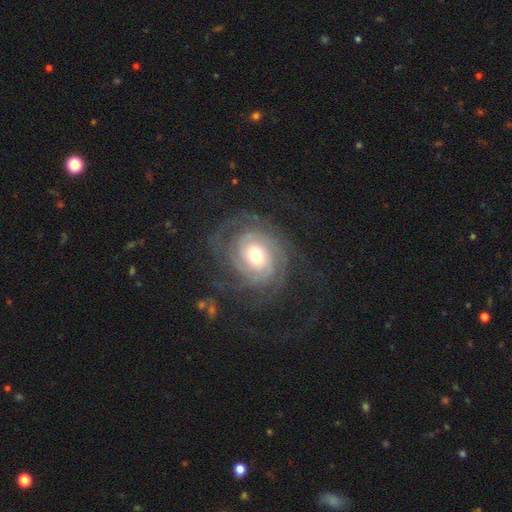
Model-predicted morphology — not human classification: smooth-or-featured: featured or disk: 87% | smooth: 7% | star or artifact: 6%
  disk-edge-on: no: 97% | yes: 3%
    bar: no: 75% | weak: 18% | strong: 6%
    has-spiral-arms: yes: 96% | no: 4%
      spiral-winding: tight: 73% | medium: 21% | loose: 6%
      spiral-arm-count: can't tell: 28% | 2: 24% | 3: 21% | 4: 12% | more than 4: 8% | 1: 8%
    bulge-size: moderate: 67% | small: 17% | large: 14% | dominant: 1% | none: 1%
  merging: none: 72% | minor disturbance: 15% | major disturbance: 12% | merger: 1%